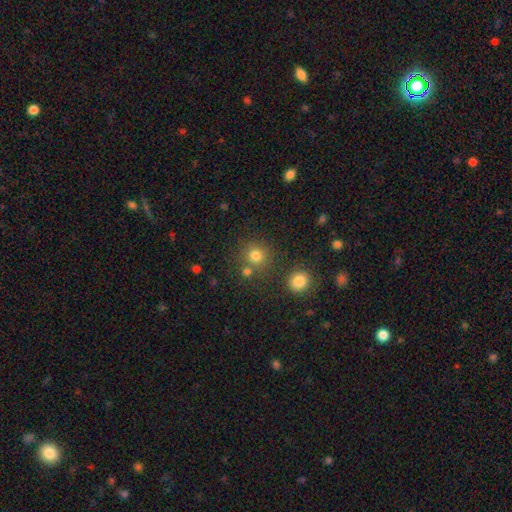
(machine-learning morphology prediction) type=smooth (78%); roundness=round (91%); merging=none (74%).